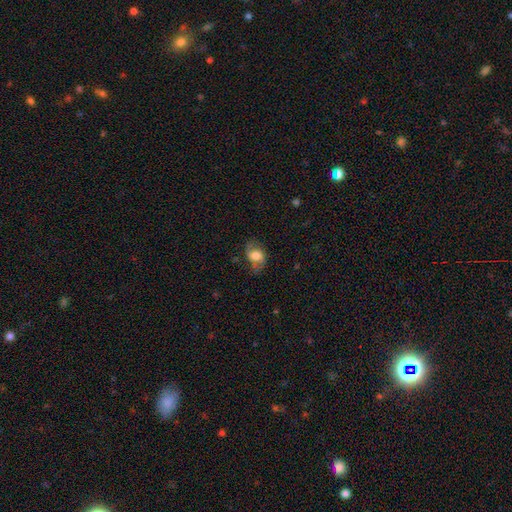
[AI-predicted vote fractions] Smooth or featured: smooth — 50% (featured or disk — 41%)
How rounded: in between — 76% (round — 22%)
Merging: none — 62% (minor disturbance — 23%)